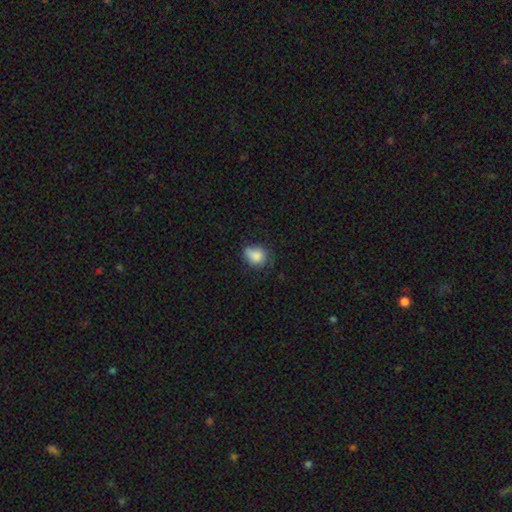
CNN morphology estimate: Smooth or featured?
  - smooth: 84% *
  - star or artifact: 9%
  - featured or disk: 8%
How rounded?
  - round: 50% *
  - in between: 49%
  - cigar-shaped: 1%
Merging?
  - none: 54% *
  - minor disturbance: 33%
  - major disturbance: 10%
  - merger: 2%